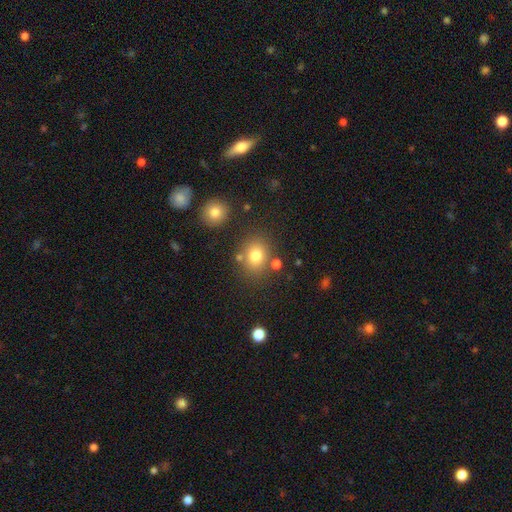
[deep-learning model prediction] smooth_or_featured: smooth (p=0.78) [alt: star or artifact p=0.13]
how_rounded: round (p=0.63) [alt: in between p=0.36]
merging: none (p=0.75) [alt: minor disturbance p=0.11]